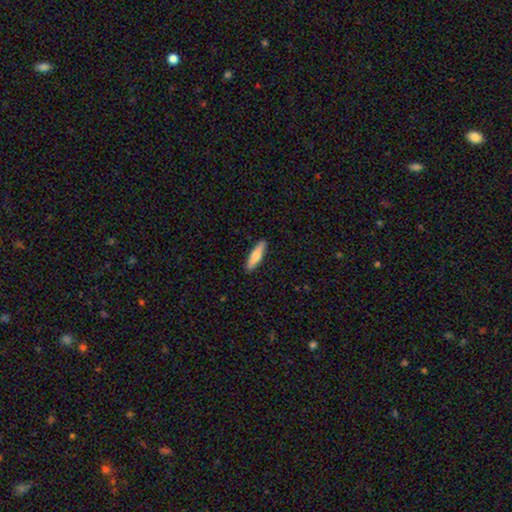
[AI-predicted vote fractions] A smooth galaxy with no disk features (72%) that is cigar-shaped (74%).

Vote fractions:
- Smooth or featured? smooth: 72% / featured or disk: 23% / star or artifact: 5%
- How rounded? cigar-shaped: 74% / in between: 24% / round: 2%
- Merging? none: 90% / minor disturbance: 8% / major disturbance: 2% / merger: 1%